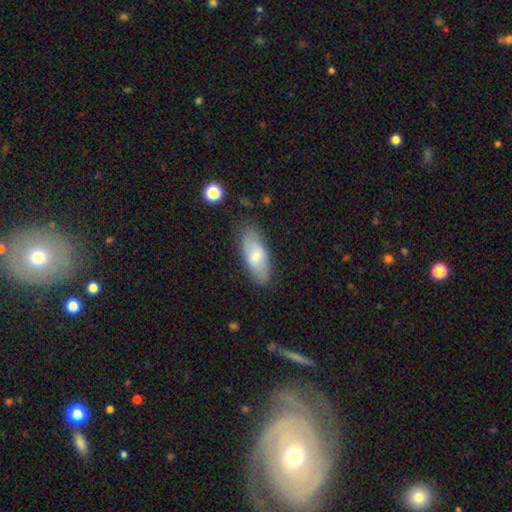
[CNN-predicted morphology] smooth-or-featured: smooth: 69% | featured or disk: 25% | star or artifact: 6%
  how-rounded: in between: 81% | cigar-shaped: 17% | round: 2%
  merging: none: 78% | minor disturbance: 16% | major disturbance: 4% | merger: 2%